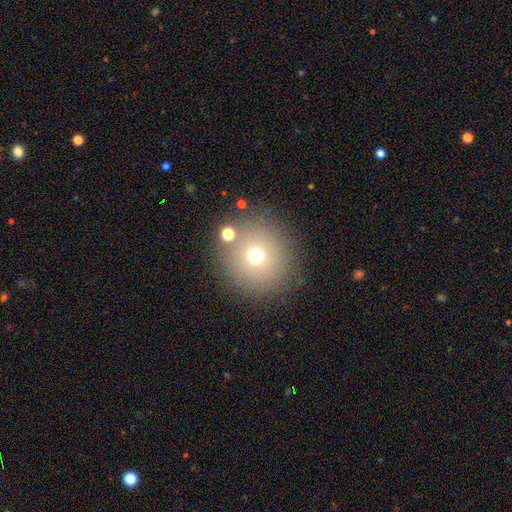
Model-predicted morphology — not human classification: Overall: smooth (68%). How rounded: round (93%). Merging: none (83%).